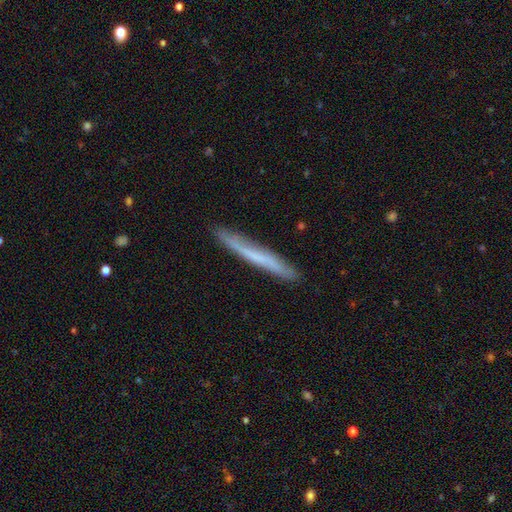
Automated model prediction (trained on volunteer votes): smooth 50%, featured or disk 44%, star or artifact 7%. Down the decision tree: merging — none (86%).